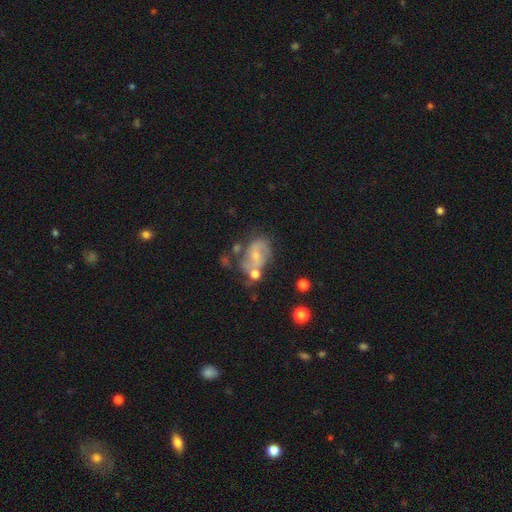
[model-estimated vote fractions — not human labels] Smooth or featured? Predicted: featured or disk (p=0.66). Edge-on disk? Predicted: no (p=0.97). Bar? Predicted: no (p=0.50). Spiral arms? Predicted: yes (p=0.81). Spiral winding? Predicted: medium (p=0.47). Spiral arm count? Predicted: 2 (p=0.71). Bulge size? Predicted: small (p=0.57). Merging? Predicted: none (p=0.42).